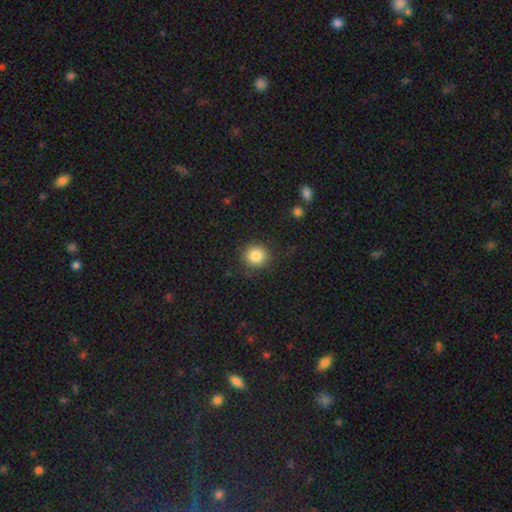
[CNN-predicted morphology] Smooth or featured: smooth — 85% (star or artifact — 10%)
How rounded: round — 92% (in between — 8%)
Merging: none — 88% (minor disturbance — 8%)